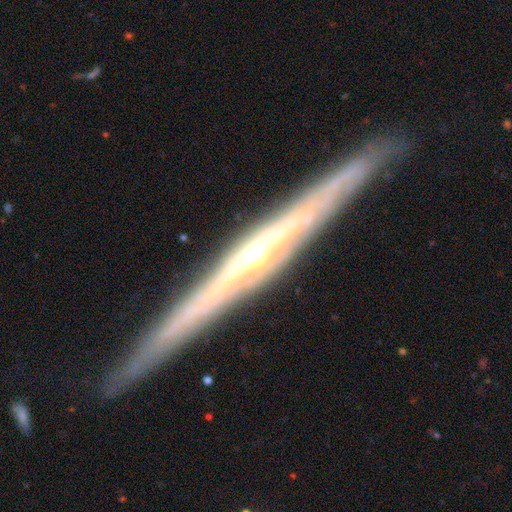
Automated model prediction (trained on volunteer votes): Smooth or featured?
  - featured or disk: 87% *
  - smooth: 8%
  - star or artifact: 5%
Edge-on disk?
  - yes: 97% *
  - no: 3%
Edge-on bulge?
  - rounded: 67% *
  - none: 25%
  - boxy: 8%
Merging?
  - none: 90% *
  - minor disturbance: 7%
  - major disturbance: 1%
  - merger: 1%